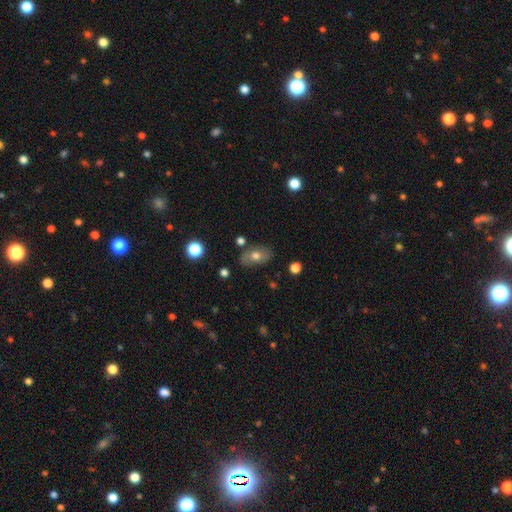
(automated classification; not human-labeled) Morphology: type=smooth (66%); roundness=in between (86%); merging=none (77%).